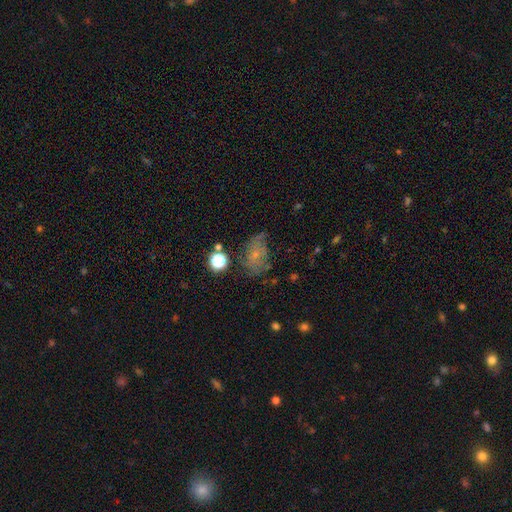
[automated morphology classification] Smooth or featured: smooth — 50% (featured or disk — 33%)
Merging: none — 47% (minor disturbance — 29%)